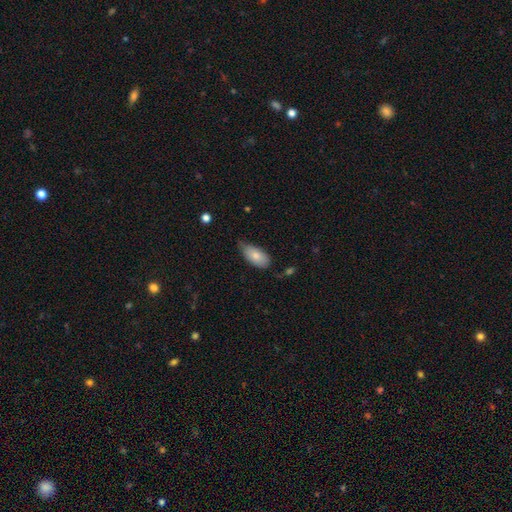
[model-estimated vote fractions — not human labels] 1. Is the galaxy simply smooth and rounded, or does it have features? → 80% smooth, 13% featured or disk, 7% star or artifact.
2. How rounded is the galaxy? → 93% in between, 4% cigar-shaped, 3% round.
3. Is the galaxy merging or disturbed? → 54% none, 37% minor disturbance, 6% major disturbance, 3% merger.